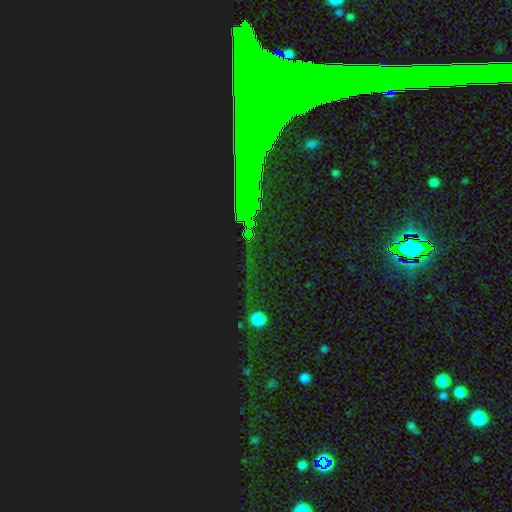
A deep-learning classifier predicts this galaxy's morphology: Smooth or featured: star or artifact — 75% (featured or disk — 13%)